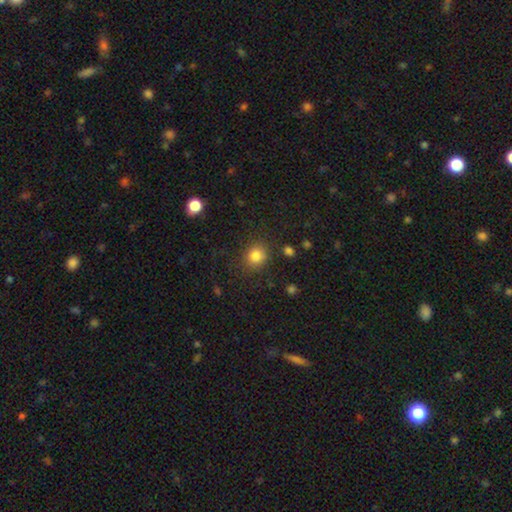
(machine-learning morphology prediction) This appears to be a smooth galaxy with no disk features (83%) that is round (82%). Merging: none (85%).